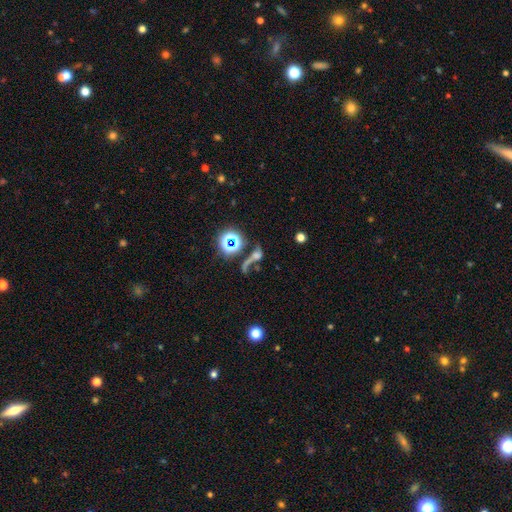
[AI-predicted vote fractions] smooth-or-featured: featured or disk: 36% | star or artifact: 32% | smooth: 31%
  merging: merger: 31% | none: 30% | major disturbance: 27% | minor disturbance: 12%